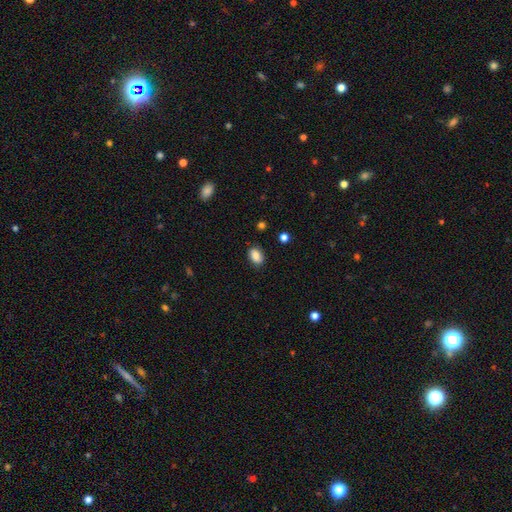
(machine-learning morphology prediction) Smooth or featured?
  - smooth: 86% *
  - star or artifact: 8%
  - featured or disk: 5%
How rounded?
  - in between: 83% *
  - round: 16%
  - cigar-shaped: 2%
Merging?
  - none: 85% *
  - minor disturbance: 11%
  - major disturbance: 3%
  - merger: 1%